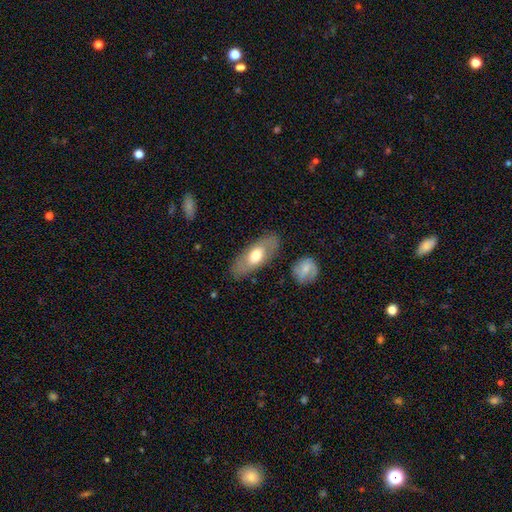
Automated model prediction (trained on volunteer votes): This is possibly a smooth galaxy (57%). How rounded: clearly in between (80%). Merging: clearly none (82%).